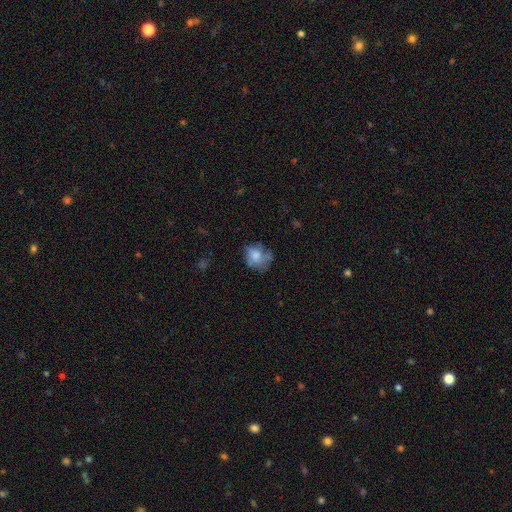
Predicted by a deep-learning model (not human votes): Smooth or featured? Predicted: smooth (p=0.63). How rounded? Predicted: round (p=0.54). Merging? Predicted: none (p=0.49).